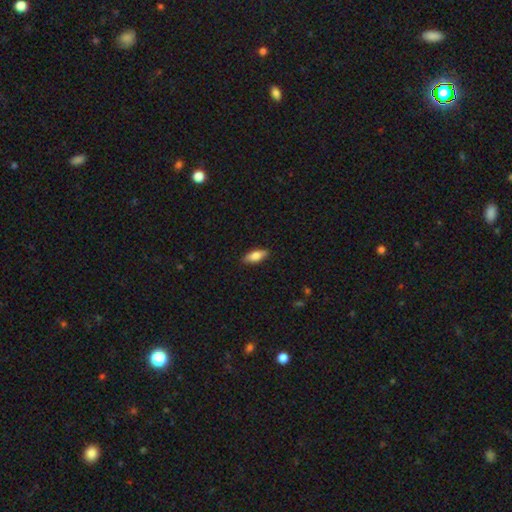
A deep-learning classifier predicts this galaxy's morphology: Q: Smooth or featured?
A: smooth (78%); runner-up: featured or disk (16%)
Q: How rounded?
A: in between (74%); runner-up: cigar-shaped (23%)
Q: Merging?
A: none (89%); runner-up: minor disturbance (9%)